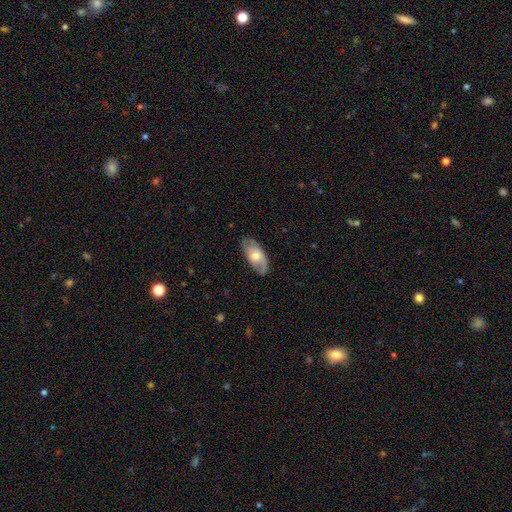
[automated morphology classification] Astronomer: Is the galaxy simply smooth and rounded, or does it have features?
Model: featured or disk — 51% (runner-up: smooth, 43%).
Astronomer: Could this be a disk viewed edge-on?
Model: no — 86%.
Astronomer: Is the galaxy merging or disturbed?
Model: none — 76%.